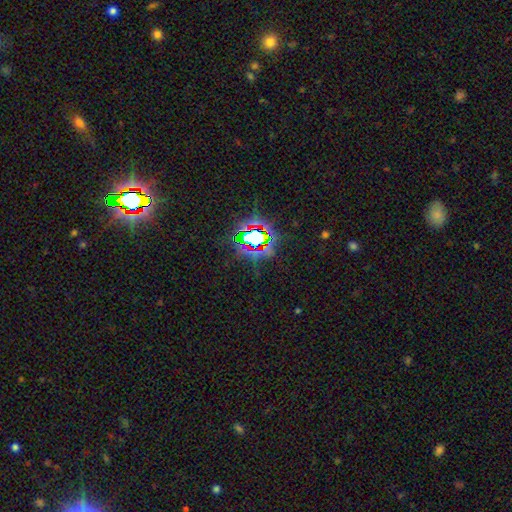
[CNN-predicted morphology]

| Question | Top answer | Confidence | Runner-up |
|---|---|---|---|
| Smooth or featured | star or artifact | 80% | smooth (11%) |